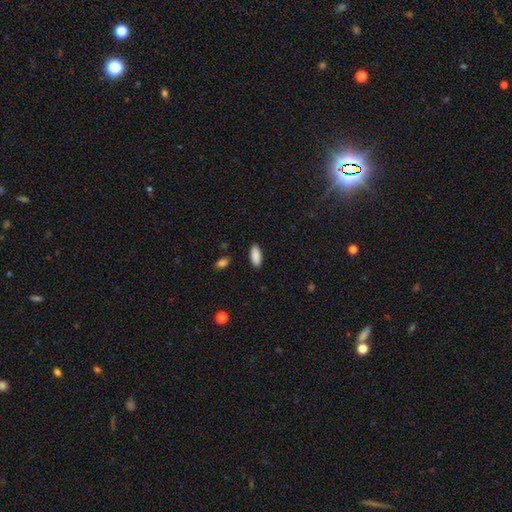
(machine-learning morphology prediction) type=smooth (90%); roundness=in between (86%); merging=none (88%).